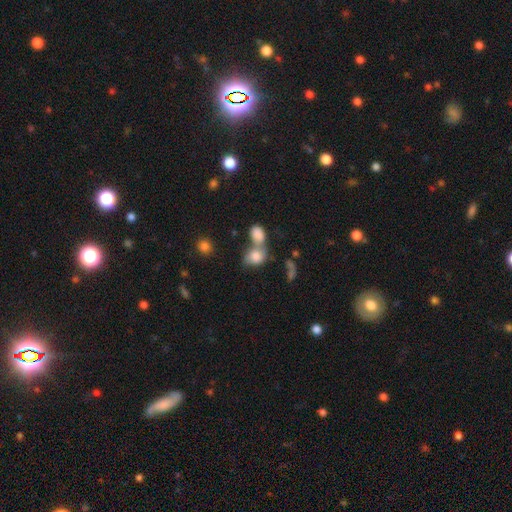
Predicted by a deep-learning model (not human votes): A smooth galaxy with no disk features (78%) that is in between round and cigar-shaped (61%). Merging: merger (62%).